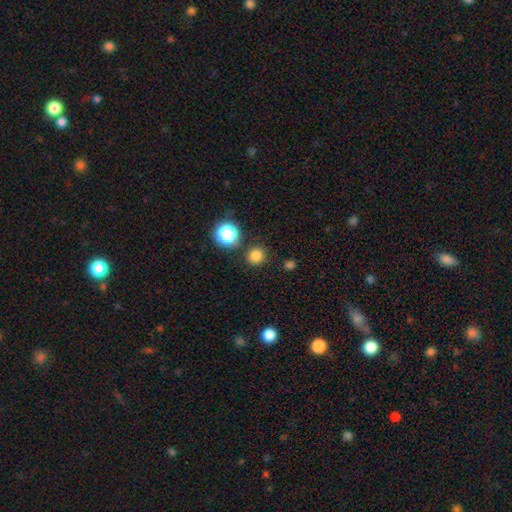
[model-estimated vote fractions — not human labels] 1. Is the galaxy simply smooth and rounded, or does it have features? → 79% smooth, 17% star or artifact, 4% featured or disk.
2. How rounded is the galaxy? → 91% round, 8% in between, 1% cigar-shaped.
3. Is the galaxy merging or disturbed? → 86% none, 7% minor disturbance, 4% merger, 3% major disturbance.